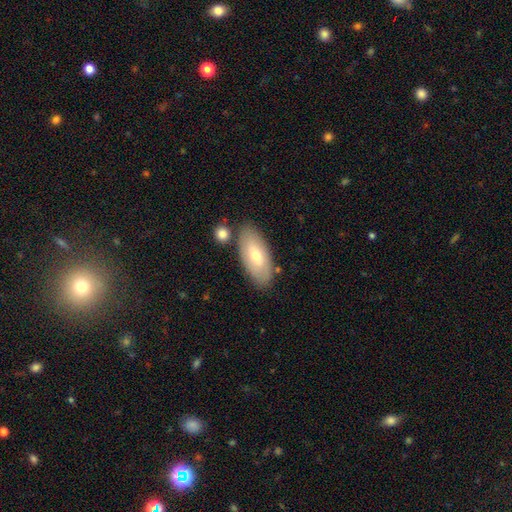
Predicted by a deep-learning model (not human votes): Smooth or featured: smooth — 64% (featured or disk — 30%)
How rounded: in between — 88% (cigar-shaped — 9%)
Merging: none — 79% (minor disturbance — 12%)